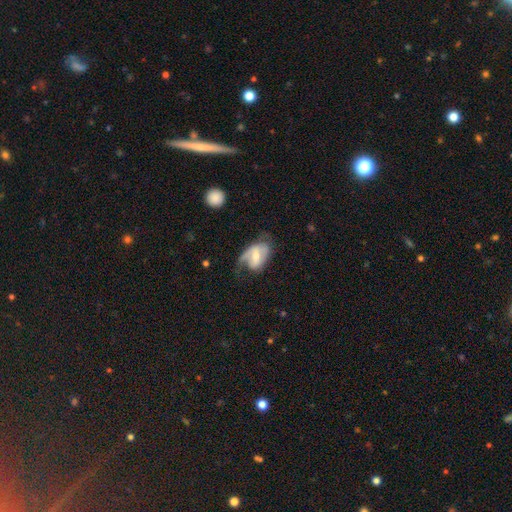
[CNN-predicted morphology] Q: Smooth or featured?
A: featured or disk (61%); runner-up: smooth (33%)
Q: Edge-on disk?
A: no (95%); runner-up: yes (5%)
Q: Bar?
A: weak (45%); runner-up: strong (32%)
Q: Spiral arms?
A: yes (77%); runner-up: no (23%)
Q: Bulge size?
A: moderate (47%); runner-up: small (39%)
Q: Merging?
A: none (38%); runner-up: major disturbance (31%)